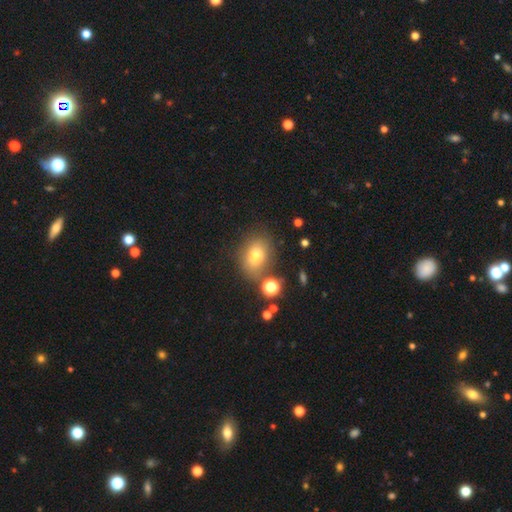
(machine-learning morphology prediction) Q: Smooth or featured?
A: smooth (73%); runner-up: star or artifact (15%)
Q: How rounded?
A: in between (66%); runner-up: round (32%)
Q: Merging?
A: none (73%); runner-up: minor disturbance (14%)